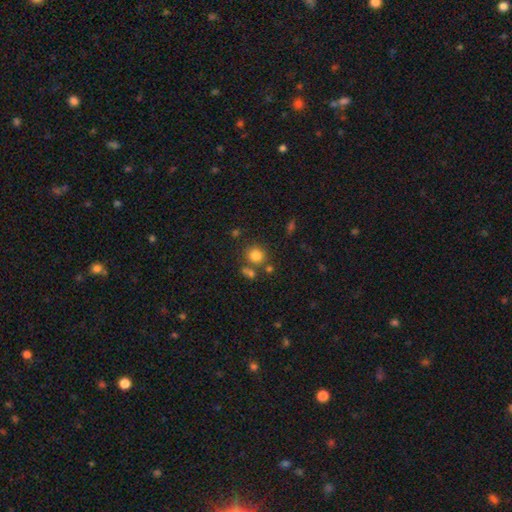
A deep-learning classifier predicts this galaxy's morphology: The model was most divided on "merging": none: 68%, merger: 16%, minor disturbance: 11%, major disturbance: 5%. More confident: how rounded — round (81%); smooth or featured — smooth (80%).